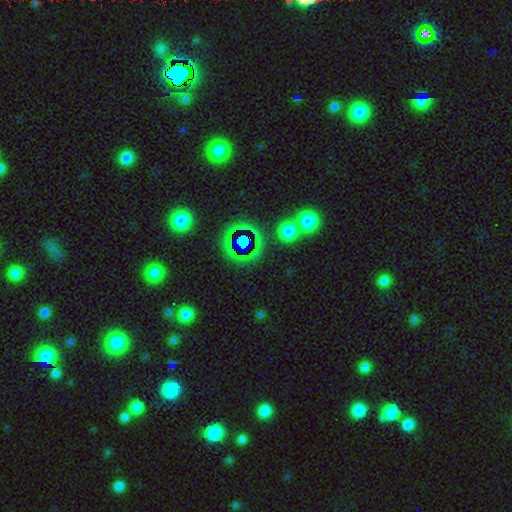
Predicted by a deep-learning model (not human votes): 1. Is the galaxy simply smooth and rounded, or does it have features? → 55% star or artifact, 32% smooth, 13% featured or disk.